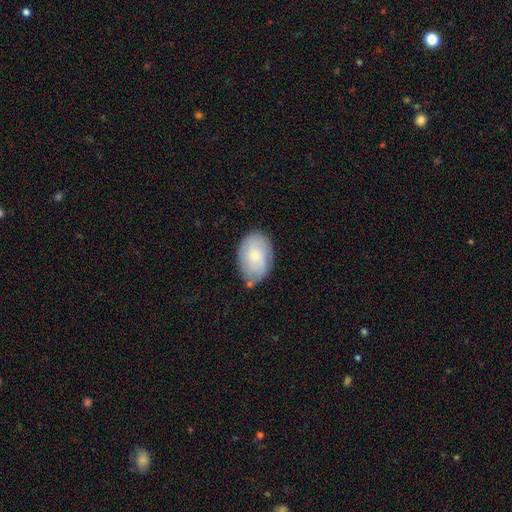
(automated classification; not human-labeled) smooth-or-featured: smooth: 68% | featured or disk: 26% | star or artifact: 6%
  how-rounded: in between: 87% | round: 12% | cigar-shaped: 1%
  merging: none: 69% | minor disturbance: 23% | major disturbance: 5% | merger: 3%